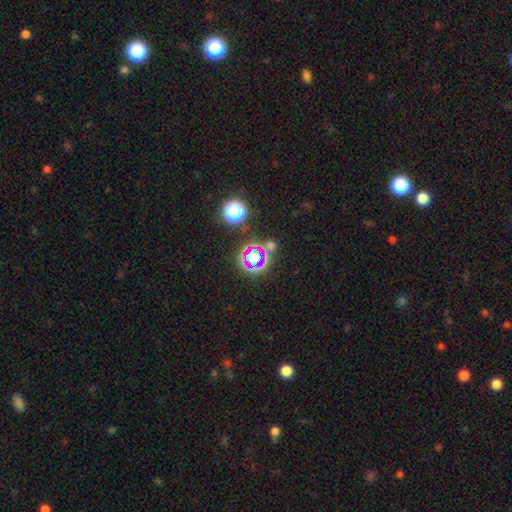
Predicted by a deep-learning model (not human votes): smooth_or_featured: star or artifact (p=0.74) [alt: smooth p=0.18]